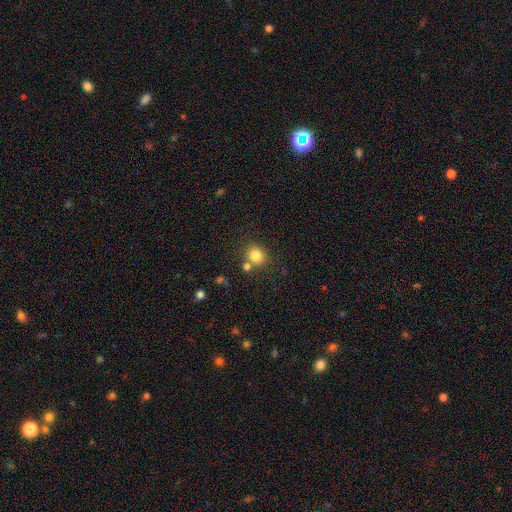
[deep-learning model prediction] Smooth or featured: smooth — 81% (star or artifact — 12%)
How rounded: round — 82% (in between — 17%)
Merging: none — 72% (merger — 15%)